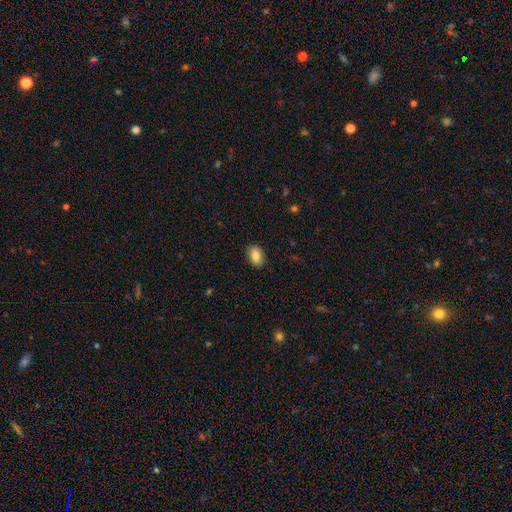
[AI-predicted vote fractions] A smooth galaxy with no disk features (84%) that is in between round and cigar-shaped (90%).

Vote fractions:
- Smooth or featured? smooth: 84% / featured or disk: 9% / star or artifact: 7%
- How rounded? in between: 90% / round: 8% / cigar-shaped: 2%
- Merging? none: 88% / minor disturbance: 9% / major disturbance: 2% / merger: 1%